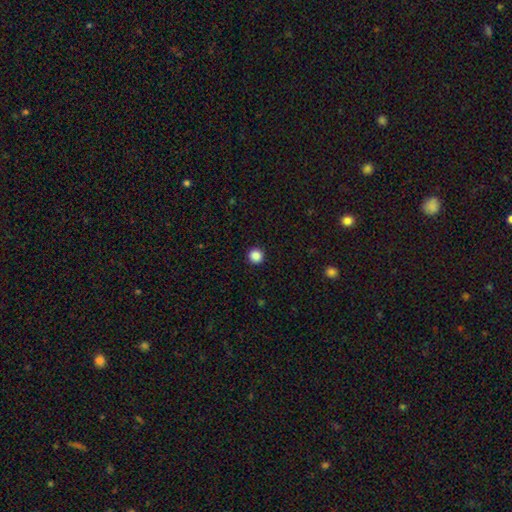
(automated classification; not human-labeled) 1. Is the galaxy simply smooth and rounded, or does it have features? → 88% smooth, 10% star or artifact, 2% featured or disk.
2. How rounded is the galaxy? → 96% round, 3% in between, 1% cigar-shaped.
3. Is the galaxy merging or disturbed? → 93% none, 4% minor disturbance, 2% major disturbance, 1% merger.